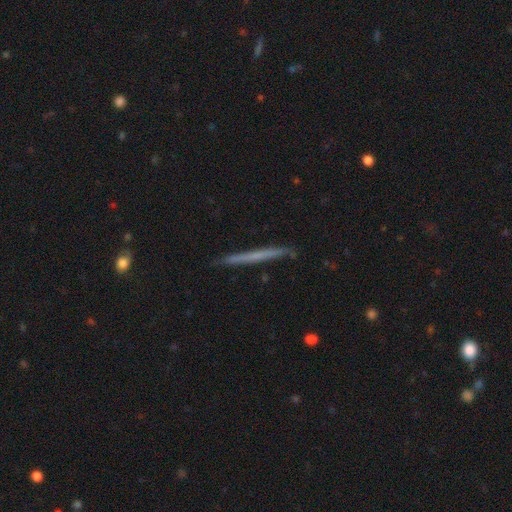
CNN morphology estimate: Smooth or featured? smooth (48%)
Merging? none (90%)